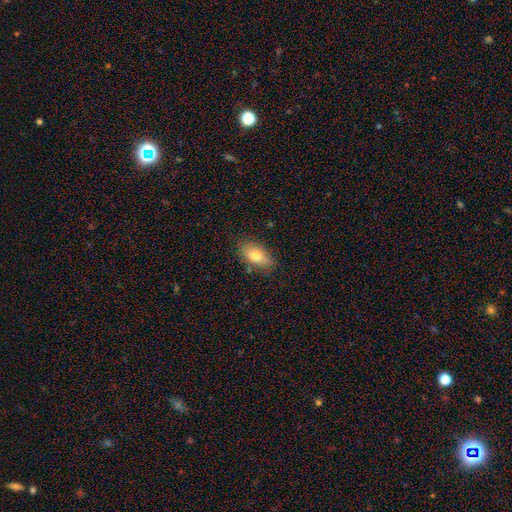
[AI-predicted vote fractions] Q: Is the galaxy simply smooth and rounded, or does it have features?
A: smooth — 76%.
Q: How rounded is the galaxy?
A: in between — 87%.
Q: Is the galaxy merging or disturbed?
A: none — 82%.